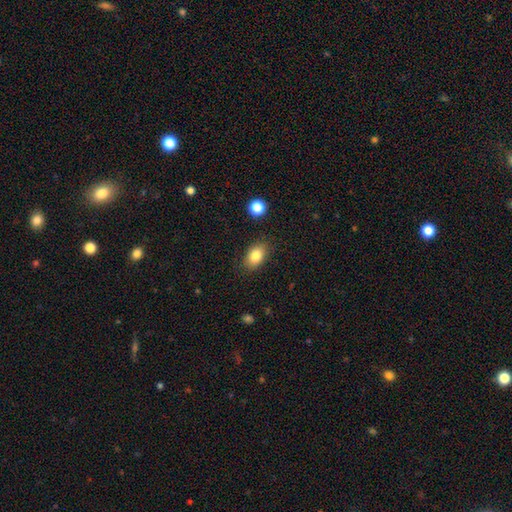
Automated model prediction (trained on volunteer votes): A smooth galaxy with no disk features (83%) that is in between round and cigar-shaped (85%). Merging: none (85%).